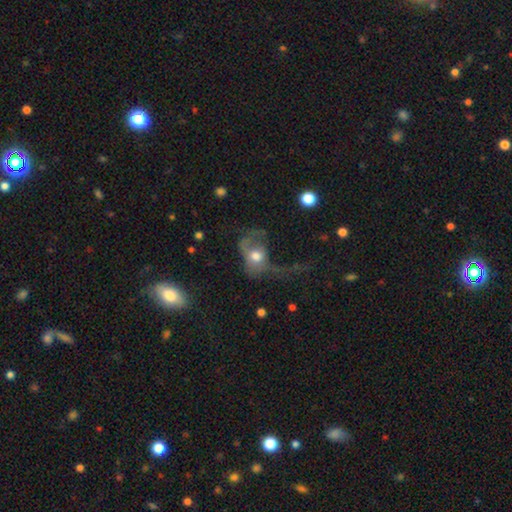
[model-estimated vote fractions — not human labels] Smooth or featured: smooth — 50% (featured or disk — 39%)
How rounded: in between — 58% (round — 40%)
Merging: major disturbance — 64% (none — 16%)